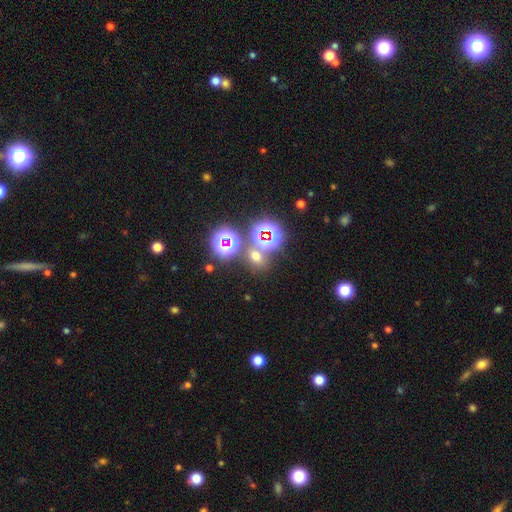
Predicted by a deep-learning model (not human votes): Smooth or featured?
  - smooth: 49% *
  - star or artifact: 42%
  - featured or disk: 9%
Merging?
  - none: 65% *
  - merger: 21%
  - minor disturbance: 9%
  - major disturbance: 4%